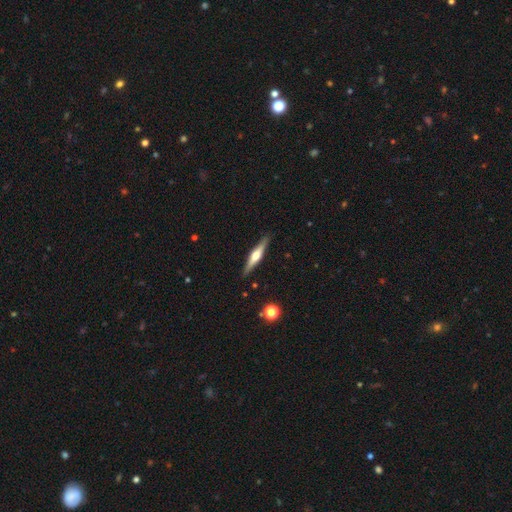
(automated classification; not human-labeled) Smooth or featured? featured or disk (68%)
Edge-on disk? yes (97%)
Edge-on bulge? rounded (91%)
Merging? none (90%)